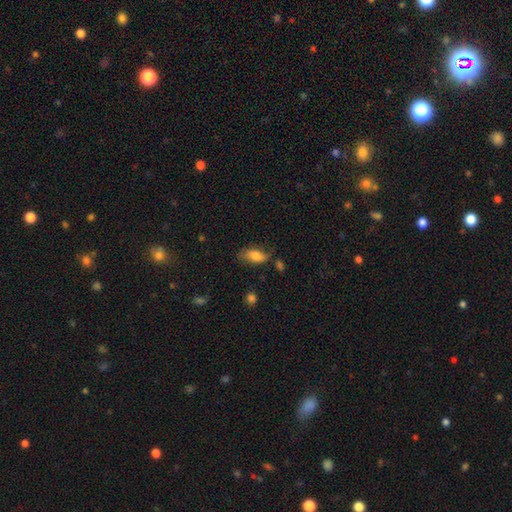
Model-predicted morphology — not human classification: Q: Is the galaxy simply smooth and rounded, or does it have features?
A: smooth — 73%.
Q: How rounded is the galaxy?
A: in between — 86%.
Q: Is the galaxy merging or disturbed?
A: none — 60%.